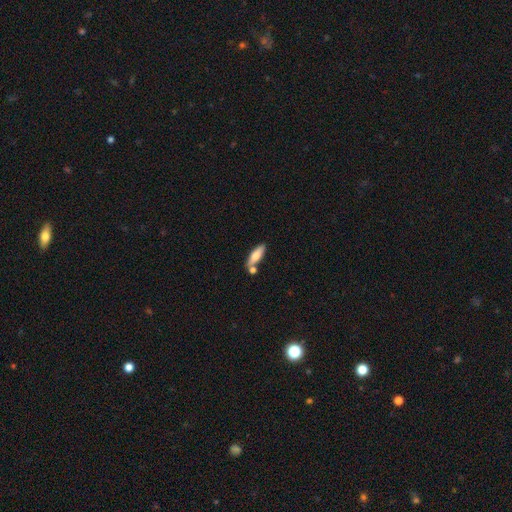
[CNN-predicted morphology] The model was most divided on "how rounded": in between: 51%, cigar-shaped: 46%, round: 2%. More confident: smooth or featured — smooth (69%); merging — none (65%).